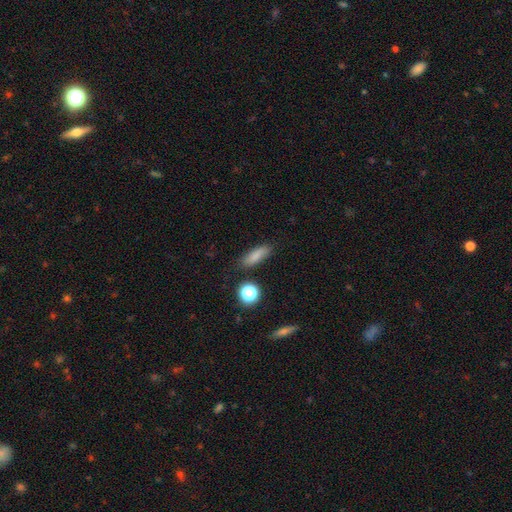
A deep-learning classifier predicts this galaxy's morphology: Smooth or featured? smooth (81%)
How rounded? in between (54%)
Merging? none (82%)